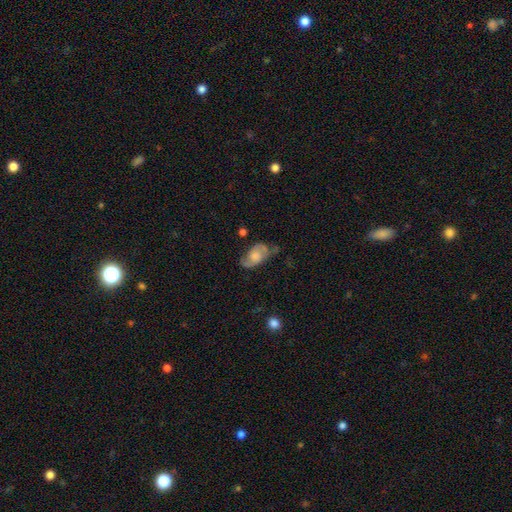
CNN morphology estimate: Smooth or featured?
  - featured or disk: 54% *
  - smooth: 38%
  - star or artifact: 8%
Edge-on disk?
  - no: 95% *
  - yes: 5%
Bar?
  - no: 68% *
  - weak: 27%
  - strong: 5%
Spiral arms?
  - yes: 83% *
  - no: 17%
Bulge size?
  - moderate: 35% *
  - small: 28%
  - large: 18%
  - none: 17%
  - dominant: 3%
Merging?
  - none: 52% *
  - minor disturbance: 29%
  - major disturbance: 15%
  - merger: 3%